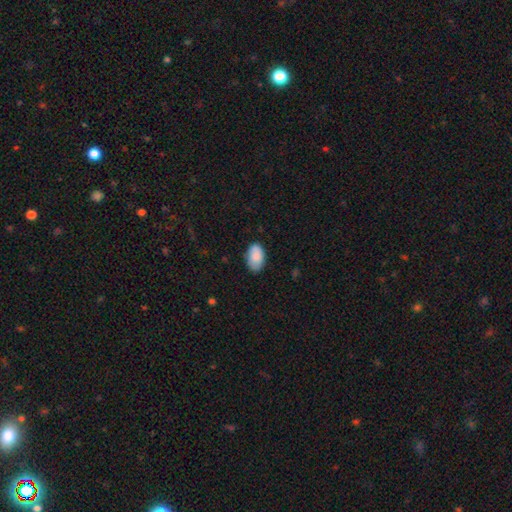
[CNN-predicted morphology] Smooth or featured: smooth — 86% (featured or disk — 8%)
How rounded: in between — 93% (round — 6%)
Merging: none — 81% (minor disturbance — 15%)